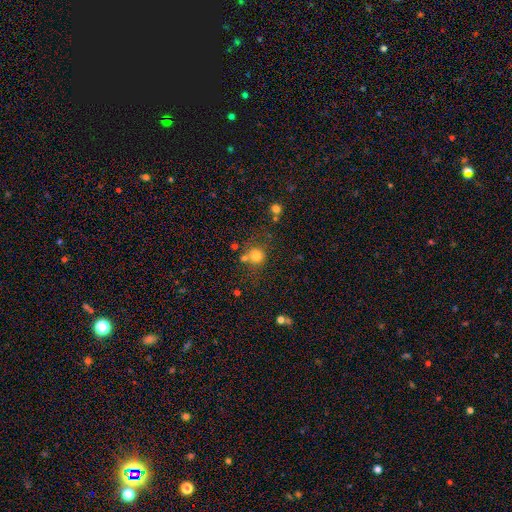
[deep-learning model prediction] Morphology: type=smooth (78%); roundness=round (89%); merging=none (66%).